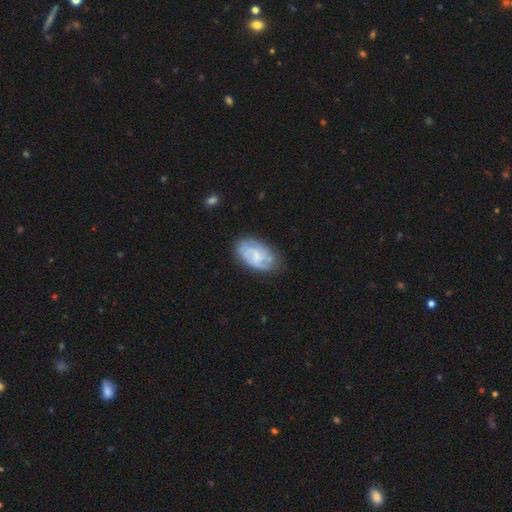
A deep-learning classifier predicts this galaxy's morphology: featured or disk 55%, smooth 38%, star or artifact 7%. Down the decision tree: edge-on disk — no (96%); bar — no (54%); spiral arms — yes (79%); bulge size — small (39%); merging — none (70%).